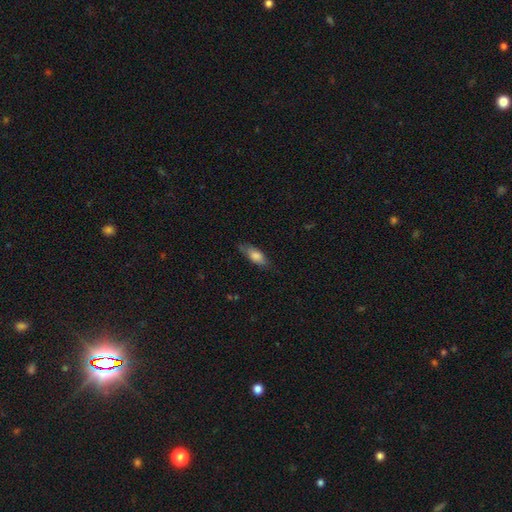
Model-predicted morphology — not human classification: Q: Smooth or featured?
A: smooth (76%); runner-up: featured or disk (18%)
Q: How rounded?
A: in between (69%); runner-up: cigar-shaped (28%)
Q: Merging?
A: none (71%); runner-up: minor disturbance (22%)